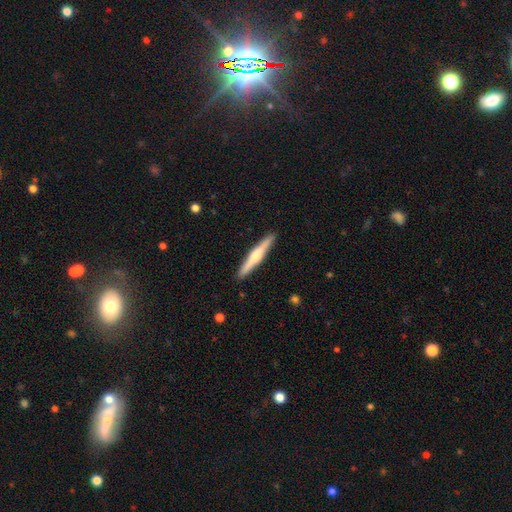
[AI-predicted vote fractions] Q: Smooth or featured?
A: featured or disk (54%); runner-up: smooth (40%)
Q: Edge-on disk?
A: yes (97%); runner-up: no (3%)
Q: Edge-on bulge?
A: rounded (72%); runner-up: boxy (14%)
Q: Merging?
A: none (91%); runner-up: minor disturbance (6%)